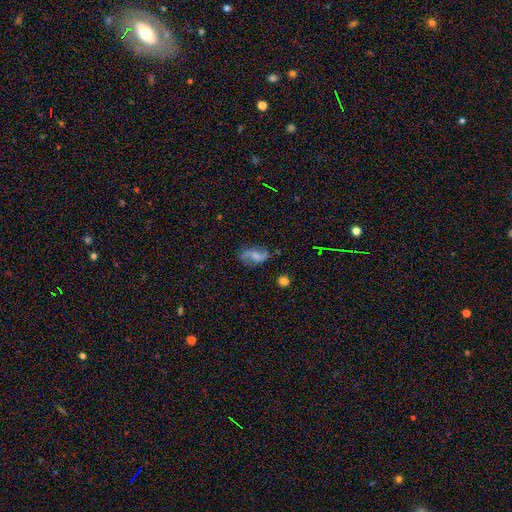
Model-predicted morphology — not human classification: type=featured or disk (61%); edge-on=no (96%); bar=no (43%); spiral arms=yes (88%); winding=loose (78%); arm count=2 (89%); bulge=small (36%); merging=none (67%).